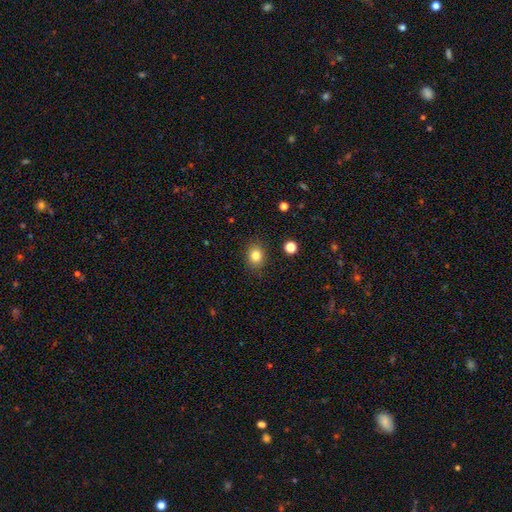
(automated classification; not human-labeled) smooth 83%, star or artifact 11%, featured or disk 6%. Down the decision tree: how rounded — round (60%); merging — none (87%).